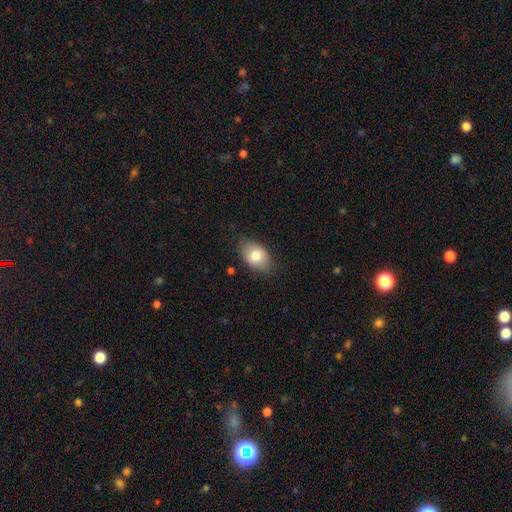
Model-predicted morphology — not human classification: smooth 80%, featured or disk 13%, star or artifact 7%. Down the decision tree: how rounded — in between (87%); merging — none (82%).